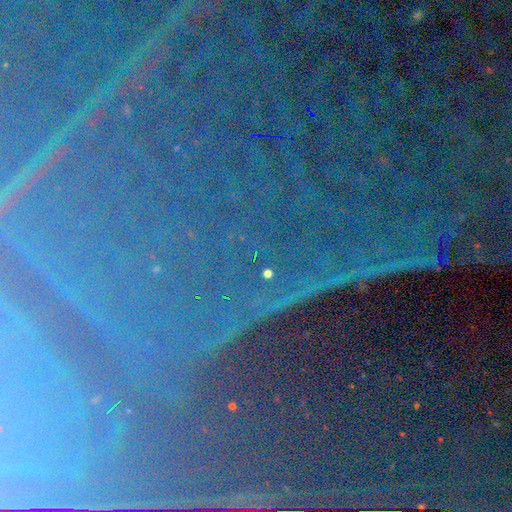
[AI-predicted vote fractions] Overall: star or artifact (85%).